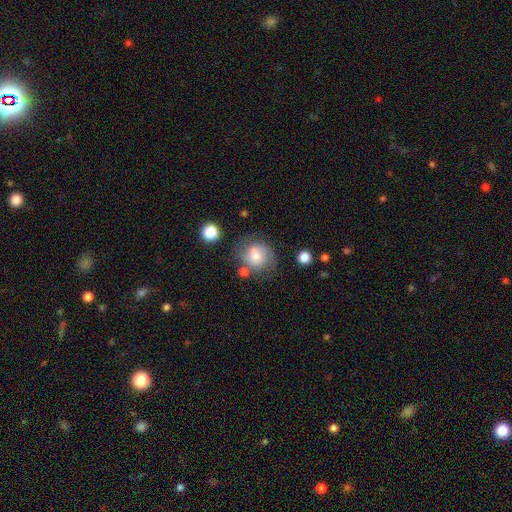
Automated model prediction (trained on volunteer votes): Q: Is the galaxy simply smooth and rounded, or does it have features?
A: smooth — 61%.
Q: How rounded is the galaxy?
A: round — 78%.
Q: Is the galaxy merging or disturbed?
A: none — 56%.